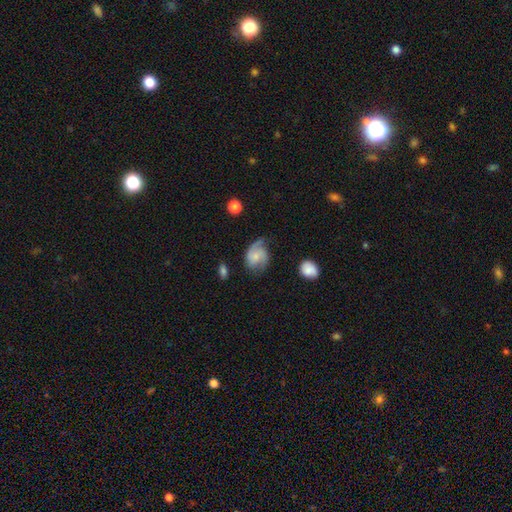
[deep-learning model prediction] This appears to be a featured or disk galaxy (61%) with no bar (65%), 2 (62%) medium (43%) spiral arms (90%) and a small central bulge (52%). Merging: none (47%).